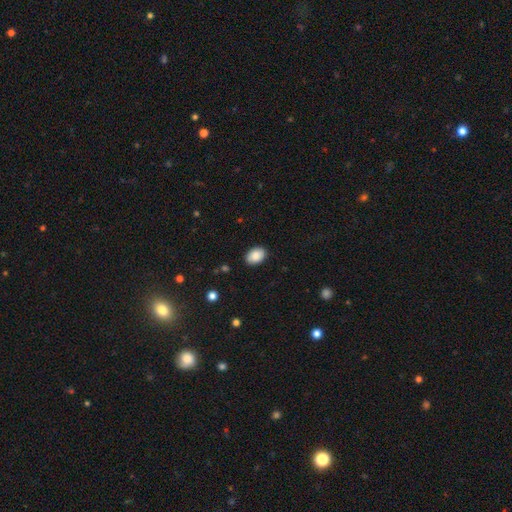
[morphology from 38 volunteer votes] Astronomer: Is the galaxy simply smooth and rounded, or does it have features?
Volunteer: smooth — 84%.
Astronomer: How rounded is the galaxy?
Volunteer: in between — 81%.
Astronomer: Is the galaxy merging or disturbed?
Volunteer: none — 97%.